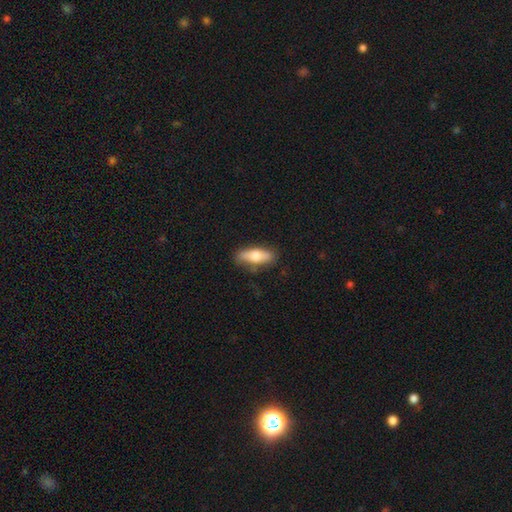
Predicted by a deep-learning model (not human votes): Smooth or featured?
  - smooth: 67% *
  - featured or disk: 27%
  - star or artifact: 6%
How rounded?
  - in between: 64% *
  - cigar-shaped: 33%
  - round: 3%
Merging?
  - none: 76% *
  - minor disturbance: 18%
  - major disturbance: 4%
  - merger: 2%